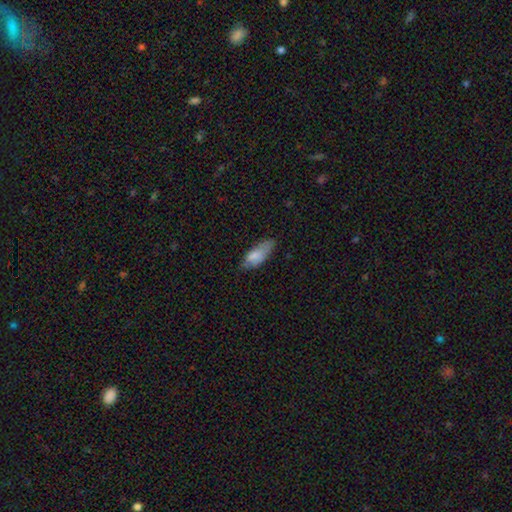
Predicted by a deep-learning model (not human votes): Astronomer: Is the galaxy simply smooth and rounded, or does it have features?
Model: smooth — 77%.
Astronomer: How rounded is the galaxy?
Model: in between — 78%.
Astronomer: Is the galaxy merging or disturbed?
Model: none — 50% (runner-up: minor disturbance, 37%).